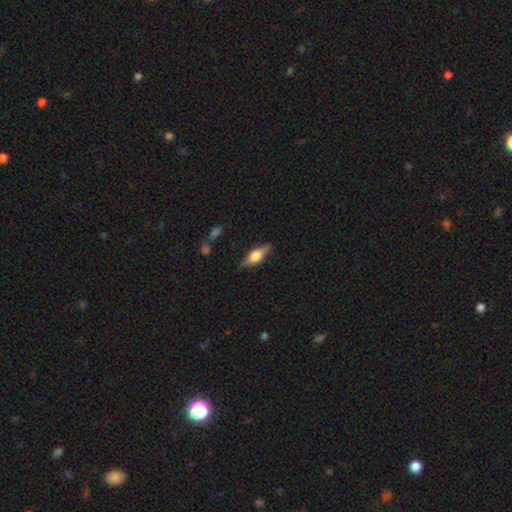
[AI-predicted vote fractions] Smooth or featured?
  - featured or disk: 58% *
  - smooth: 35%
  - star or artifact: 7%
Edge-on disk?
  - yes: 94% *
  - no: 6%
Edge-on bulge?
  - rounded: 90% *
  - boxy: 9%
  - none: 2%
Merging?
  - none: 84% *
  - minor disturbance: 12%
  - major disturbance: 3%
  - merger: 2%